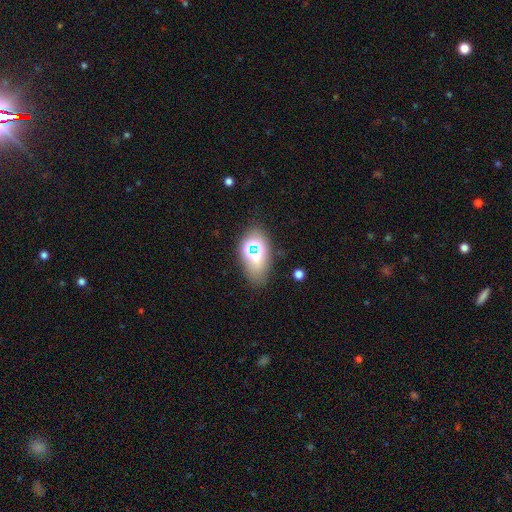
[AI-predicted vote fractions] Smooth or featured?
  - smooth: 55% *
  - star or artifact: 24%
  - featured or disk: 21%
How rounded?
  - in between: 81% *
  - round: 15%
  - cigar-shaped: 3%
Merging?
  - none: 73% *
  - minor disturbance: 15%
  - major disturbance: 7%
  - merger: 5%